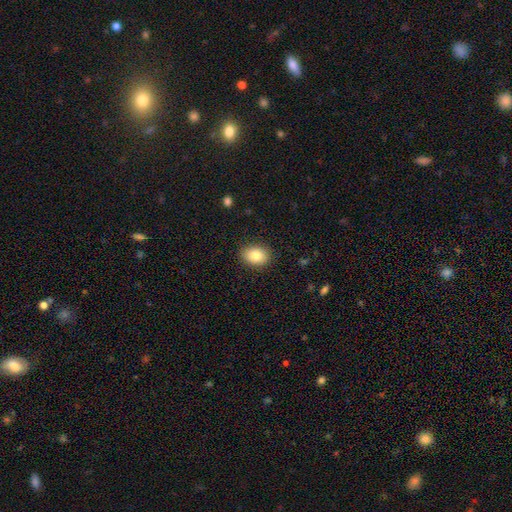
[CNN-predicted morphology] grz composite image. It shows a smooth galaxy with no disk features (84%) that is in between round and cigar-shaped (68%). Merging: none (87%).